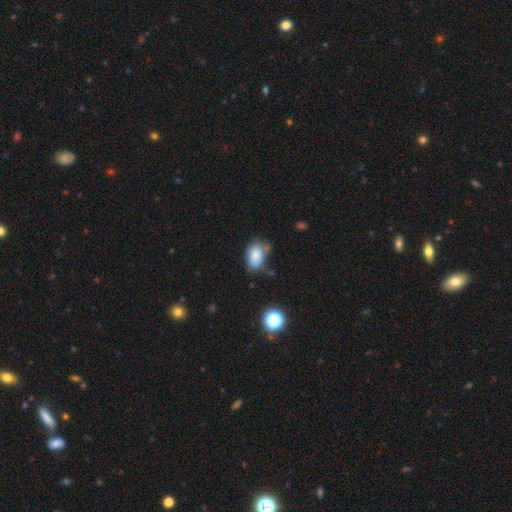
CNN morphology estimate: Q: Smooth or featured?
A: smooth (82%); runner-up: star or artifact (9%)
Q: How rounded?
A: in between (88%); runner-up: round (10%)
Q: Merging?
A: none (45%); runner-up: minor disturbance (34%)